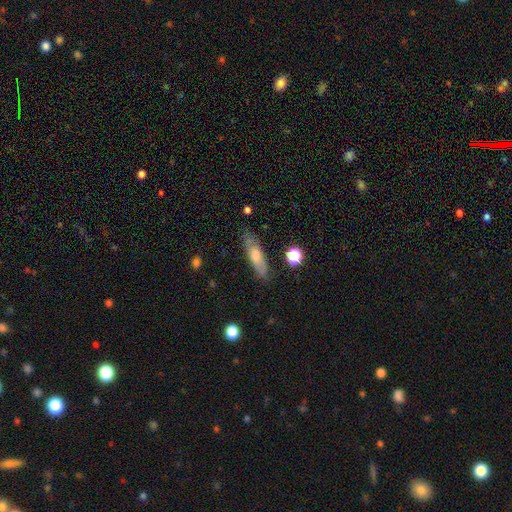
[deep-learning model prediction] Smooth or featured: smooth — 60% (featured or disk — 32%)
How rounded: cigar-shaped — 64% (in between — 34%)
Merging: none — 82% (minor disturbance — 13%)